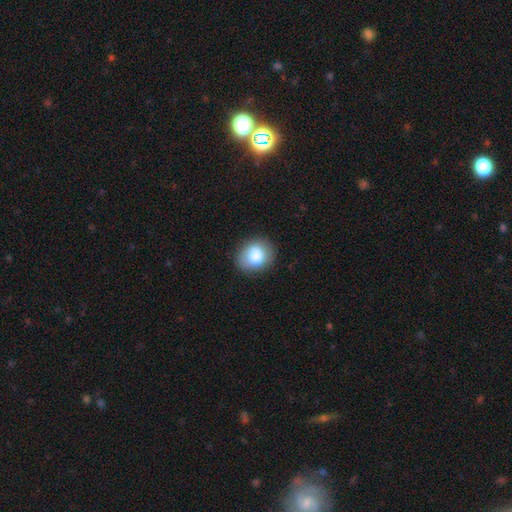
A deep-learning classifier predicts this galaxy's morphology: type=smooth (80%); roundness=round (56%); merging=none (80%).